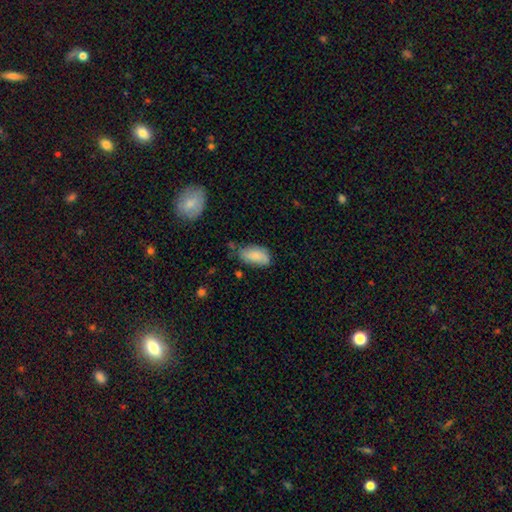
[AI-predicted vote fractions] Smooth or featured? smooth (83%)
How rounded? in between (92%)
Merging? none (53%)